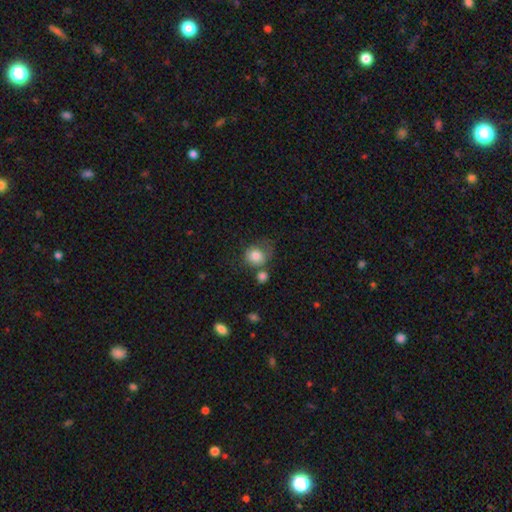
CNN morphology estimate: This is likely a smooth galaxy (79%). How rounded: likely round (75%). Merging: marginally none (43%).